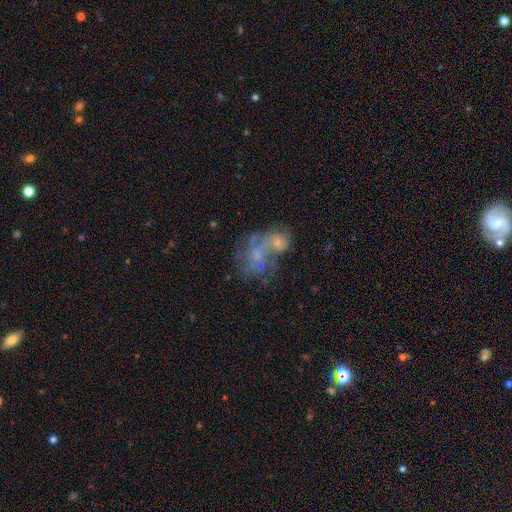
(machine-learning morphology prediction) Overall: featured or disk (63%; smooth 25%). Edge-on disk: no (98%). Bar: no (80%). Spiral arms: no (51%; yes 49%). Bulge size: small (40%; none 32%). Merging: merger (54%; none 19%).